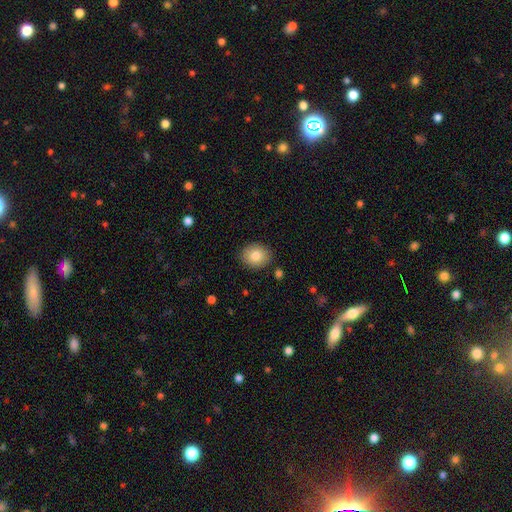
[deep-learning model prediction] smooth 83%, featured or disk 9%, star or artifact 8%. Down the decision tree: how rounded — round (61%); merging — none (87%).